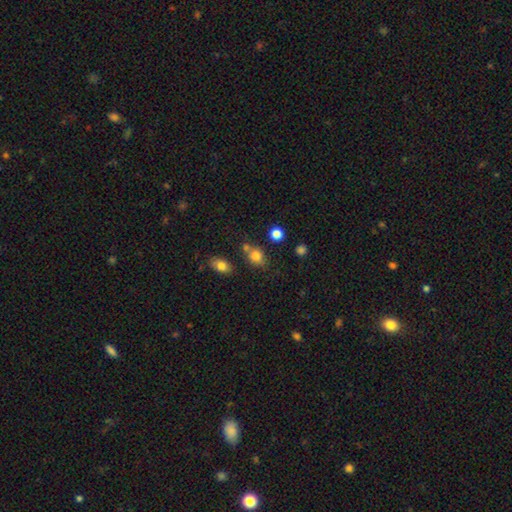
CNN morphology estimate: A smooth galaxy with no disk features (80%) that is round (58%). Merging: none (61%).